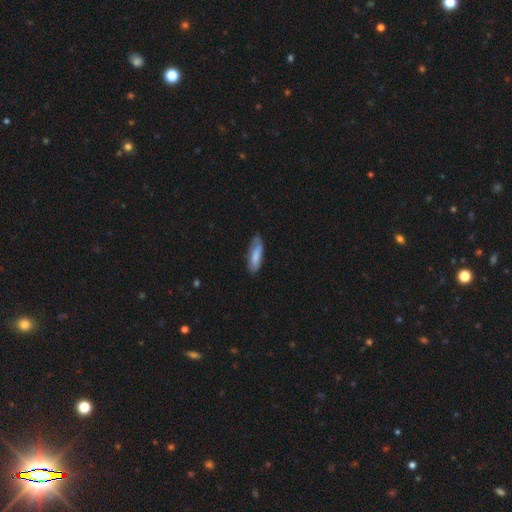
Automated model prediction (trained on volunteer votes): smooth-or-featured: smooth: 73% | featured or disk: 20% | star or artifact: 6%
  how-rounded: in between: 54% | cigar-shaped: 45% | round: 1%
  merging: none: 64% | minor disturbance: 27% | major disturbance: 7% | merger: 2%